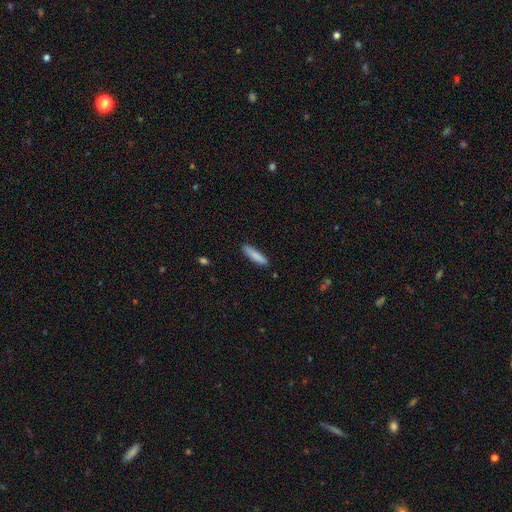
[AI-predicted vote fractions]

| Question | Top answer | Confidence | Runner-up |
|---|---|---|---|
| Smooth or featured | smooth | 87% | featured or disk (7%) |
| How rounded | cigar-shaped | 75% | in between (23%) |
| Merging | none | 88% | minor disturbance (9%) |